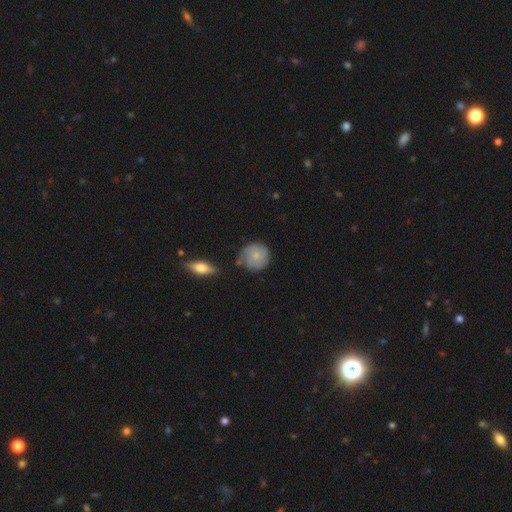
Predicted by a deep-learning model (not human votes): Overall: smooth (59%; featured or disk 34%). How rounded: round (88%). Merging: none (61%; minor disturbance 26%).